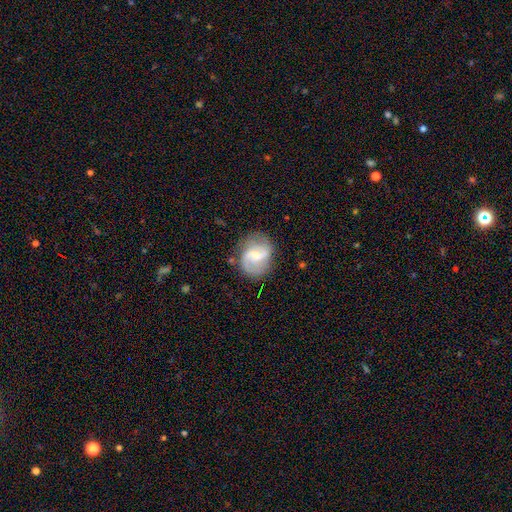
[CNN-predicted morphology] Smooth or featured?
  - featured or disk: 80% *
  - smooth: 14%
  - star or artifact: 6%
Edge-on disk?
  - no: 98% *
  - yes: 2%
Bar?
  - weak: 58% *
  - no: 22%
  - strong: 20%
Spiral arms?
  - yes: 94% *
  - no: 6%
Spiral winding?
  - medium: 44% *
  - loose: 43%
  - tight: 13%
Spiral arm count?
  - 2: 87% *
  - can't tell: 5%
  - 1: 3%
  - 3: 3%
  - 4: 1%
  - more than 4: 1%
Bulge size?
  - small: 52% *
  - moderate: 40%
  - none: 5%
  - large: 3%
  - dominant: 1%
Merging?
  - none: 75% *
  - minor disturbance: 17%
  - major disturbance: 7%
  - merger: 2%